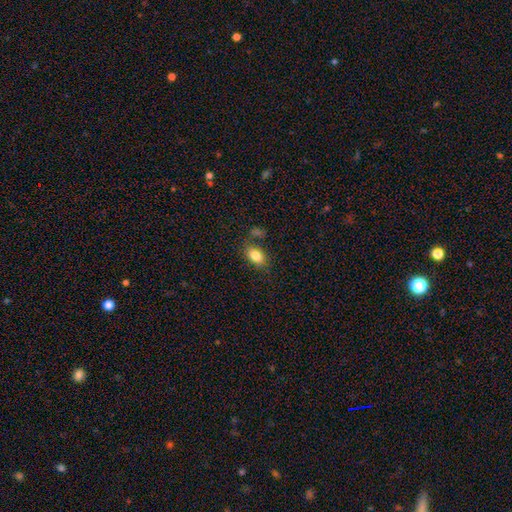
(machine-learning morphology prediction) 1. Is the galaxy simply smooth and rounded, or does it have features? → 84% smooth, 8% star or artifact, 8% featured or disk.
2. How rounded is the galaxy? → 85% in between, 14% round, 2% cigar-shaped.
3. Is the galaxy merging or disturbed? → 72% none, 14% minor disturbance, 10% merger, 4% major disturbance.